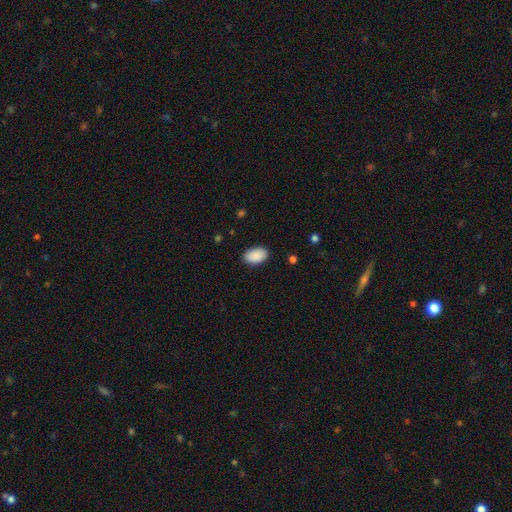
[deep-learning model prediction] Smooth or featured? Predicted: smooth (p=0.91). How rounded? Predicted: in between (p=0.94). Merging? Predicted: none (p=0.89).